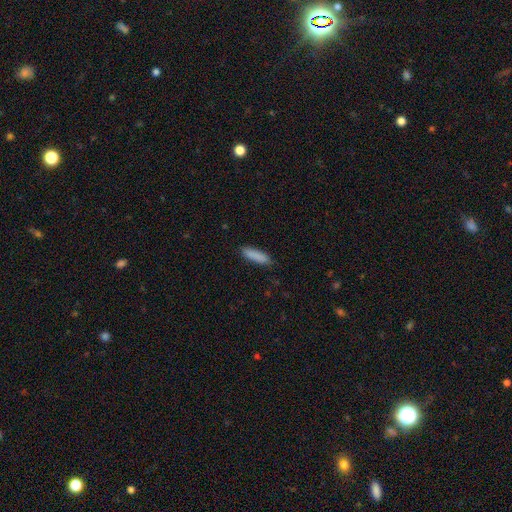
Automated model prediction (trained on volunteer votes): A smooth galaxy with no disk features (87%) that is cigar-shaped (67%). Merging: none (84%).